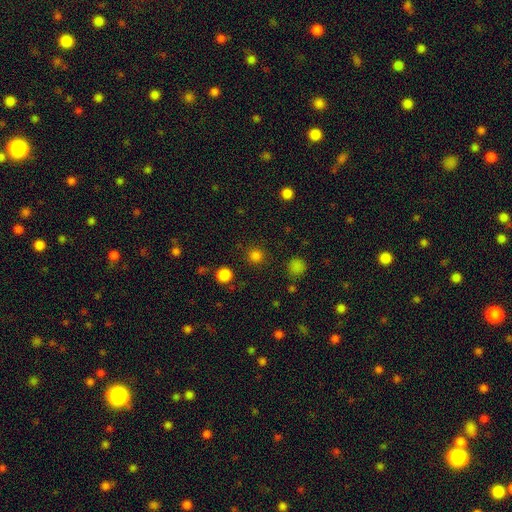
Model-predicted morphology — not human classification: A smooth galaxy with no disk features (81%) that is round (94%).

Vote fractions:
- Smooth or featured? smooth: 81% / star or artifact: 16% / featured or disk: 4%
- How rounded? round: 94% / in between: 5% / cigar-shaped: 1%
- Merging? none: 89% / minor disturbance: 6% / major disturbance: 3% / merger: 2%